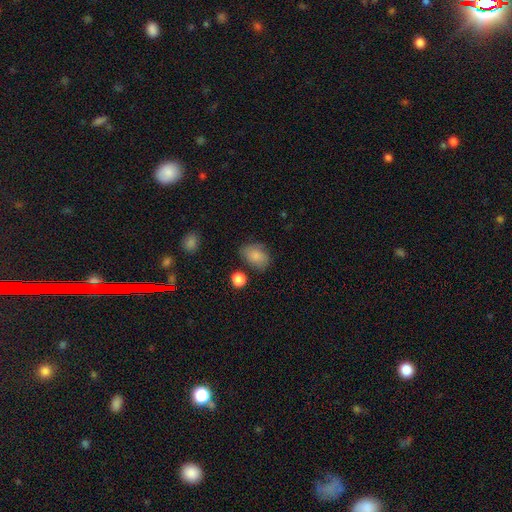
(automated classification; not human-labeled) A smooth galaxy with no disk features (81%) that is in between round and cigar-shaped (77%). Merging: none (66%).